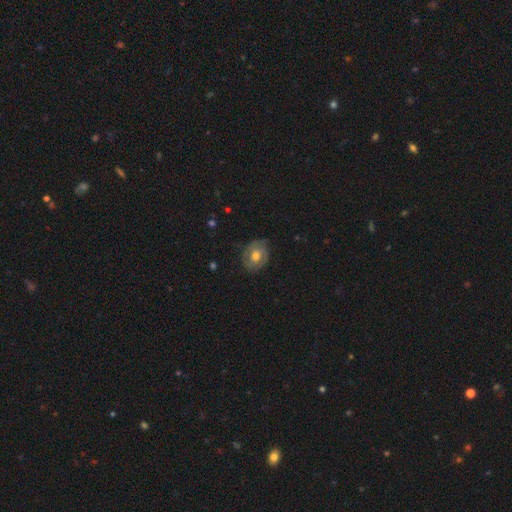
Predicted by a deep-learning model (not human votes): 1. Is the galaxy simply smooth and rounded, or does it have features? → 56% featured or disk, 36% smooth, 8% star or artifact.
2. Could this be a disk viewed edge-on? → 96% no, 4% yes.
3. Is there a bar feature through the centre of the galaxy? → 76% no, 20% weak, 4% strong.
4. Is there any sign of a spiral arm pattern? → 73% yes, 27% no.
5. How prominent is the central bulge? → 73% moderate, 18% small, 6% large, 1% none, 1% dominant.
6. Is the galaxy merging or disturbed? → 72% none, 20% minor disturbance, 6% major disturbance, 1% merger.